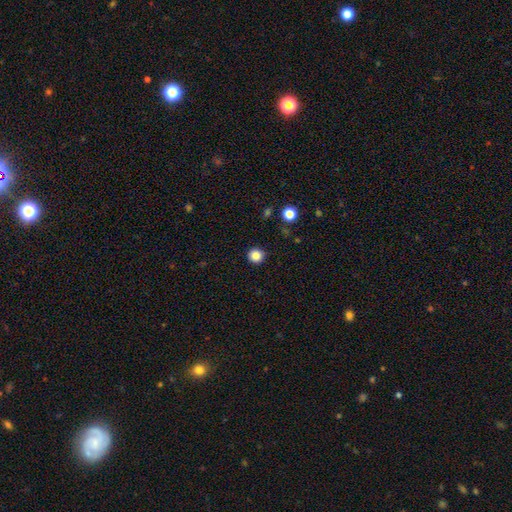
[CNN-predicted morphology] Smooth or featured? Predicted: smooth (p=0.86). How rounded? Predicted: round (p=0.94). Merging? Predicted: none (p=0.90).